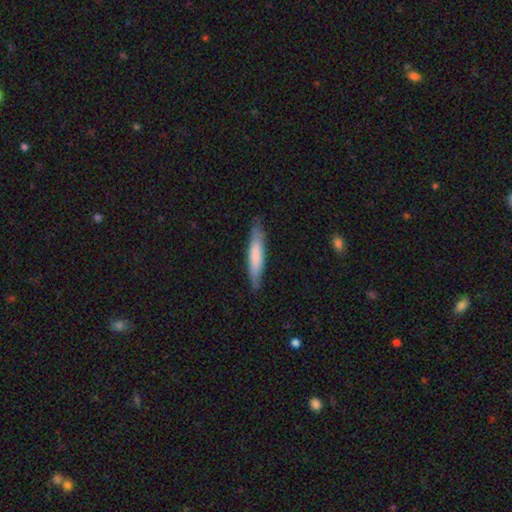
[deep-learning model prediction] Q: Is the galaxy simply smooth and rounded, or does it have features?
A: smooth — 70%.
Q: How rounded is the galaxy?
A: cigar-shaped — 89%.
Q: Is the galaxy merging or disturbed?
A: none — 81%.